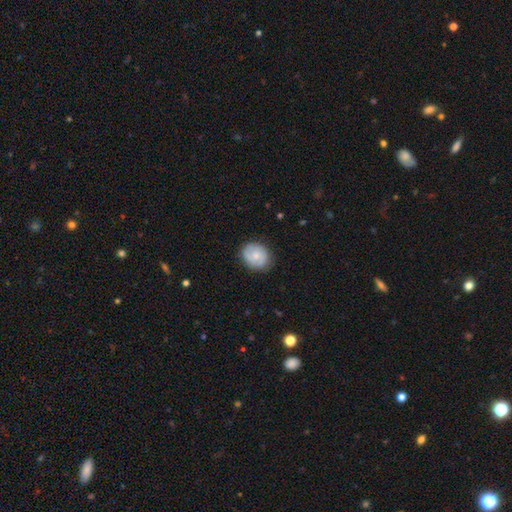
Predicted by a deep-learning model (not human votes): Overall: smooth (53%; featured or disk 40%). How rounded: round (67%; in between 32%). Merging: none (79%).